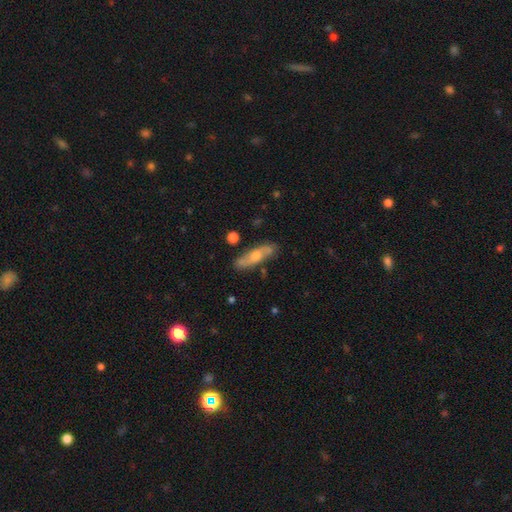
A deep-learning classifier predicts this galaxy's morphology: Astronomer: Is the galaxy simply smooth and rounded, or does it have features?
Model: featured or disk — 61%.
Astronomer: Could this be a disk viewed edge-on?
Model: no — 60% (runner-up: yes, 40%).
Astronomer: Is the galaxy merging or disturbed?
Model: none — 82%.